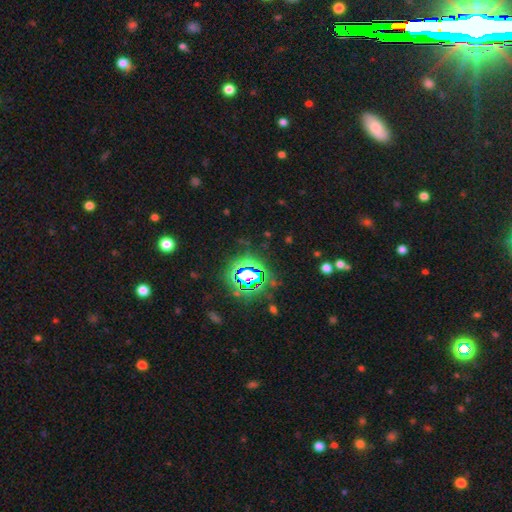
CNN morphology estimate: Smooth or featured? Predicted: star or artifact (p=0.81).